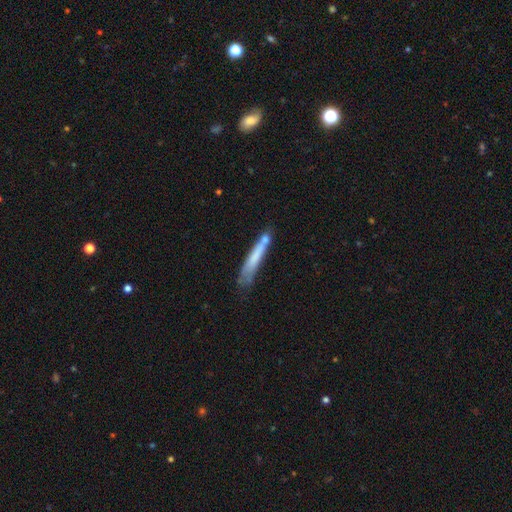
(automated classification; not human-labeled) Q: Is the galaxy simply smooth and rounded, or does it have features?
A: smooth — 66%.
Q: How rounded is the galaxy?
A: cigar-shaped — 93%.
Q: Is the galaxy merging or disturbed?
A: none — 51%.